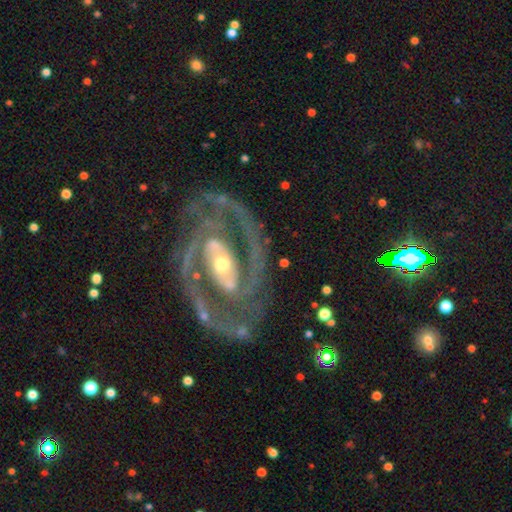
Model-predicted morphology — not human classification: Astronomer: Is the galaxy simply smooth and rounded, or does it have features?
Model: featured or disk — 91%.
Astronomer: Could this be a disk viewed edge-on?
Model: no — 96%.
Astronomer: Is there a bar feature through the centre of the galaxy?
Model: strong — 46% (runner-up: weak, 29%).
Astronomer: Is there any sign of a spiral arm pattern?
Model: yes — 97%.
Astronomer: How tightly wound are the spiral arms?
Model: tight — 47% (runner-up: medium, 45%).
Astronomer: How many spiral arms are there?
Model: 2 — 90%.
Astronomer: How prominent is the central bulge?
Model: small — 58% (runner-up: moderate, 36%).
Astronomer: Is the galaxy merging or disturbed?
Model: none — 78%.